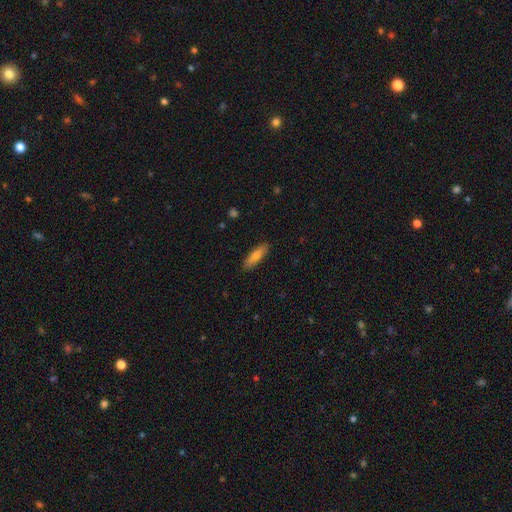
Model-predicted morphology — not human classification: Overall: smooth (73%). How rounded: cigar-shaped (67%; in between 31%). Merging: none (89%).